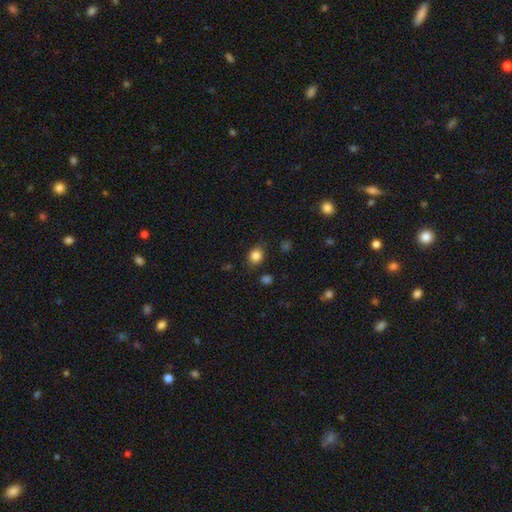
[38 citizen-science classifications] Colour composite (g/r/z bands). It shows a smooth galaxy with no disk features (87%) that is round (52%). Merging: none (81%).